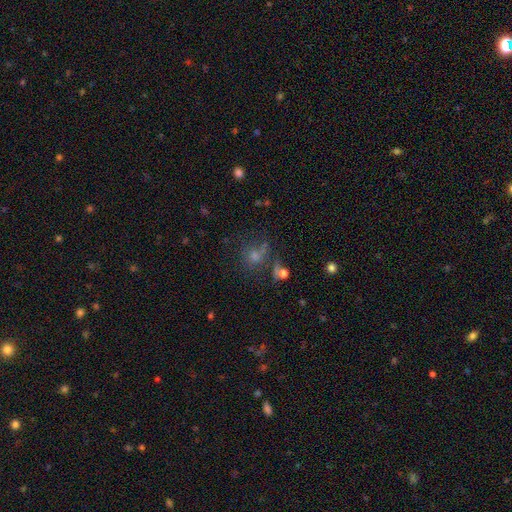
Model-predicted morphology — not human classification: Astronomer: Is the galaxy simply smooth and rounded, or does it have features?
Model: smooth — 54% (runner-up: star or artifact, 31%).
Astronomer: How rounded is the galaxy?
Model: round — 77%.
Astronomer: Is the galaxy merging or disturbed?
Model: none — 57%.